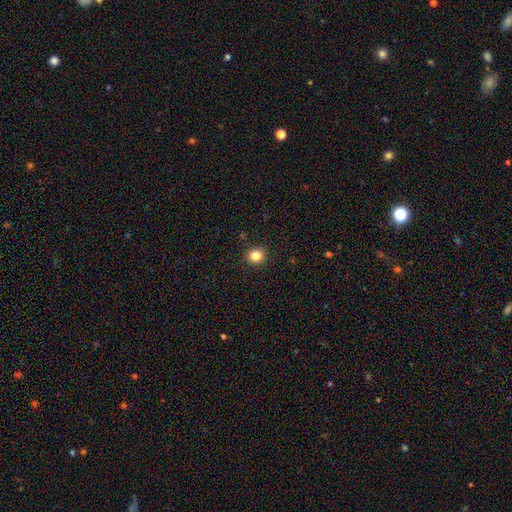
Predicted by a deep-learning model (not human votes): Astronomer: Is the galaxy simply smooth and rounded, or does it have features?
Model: smooth — 83%.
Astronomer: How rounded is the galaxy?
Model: round — 84%.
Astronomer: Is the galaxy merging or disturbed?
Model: none — 90%.